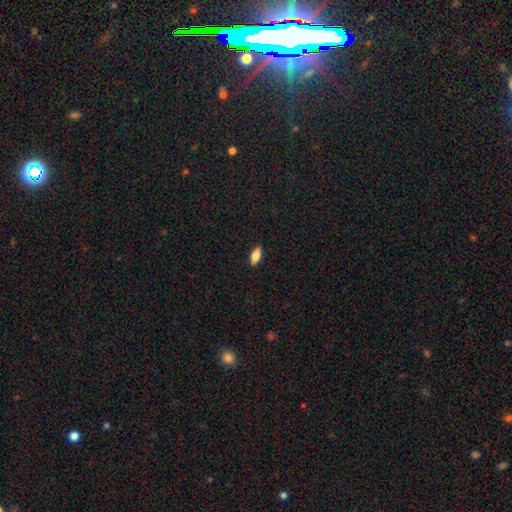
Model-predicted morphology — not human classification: Smooth or featured? smooth (79%)
How rounded? in between (81%)
Merging? none (88%)